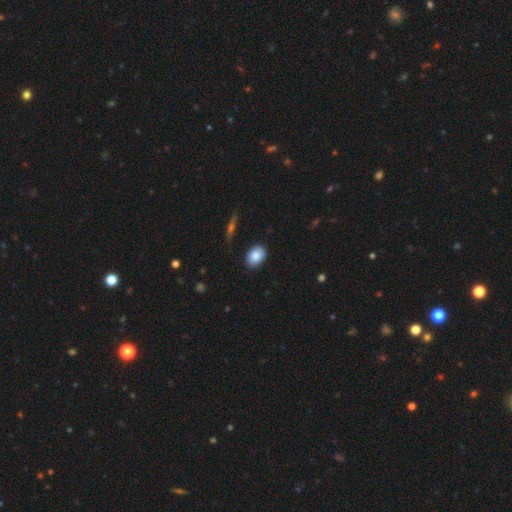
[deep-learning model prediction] Smooth or featured? Predicted: smooth (p=0.85). How rounded? Predicted: in between (p=0.80). Merging? Predicted: none (p=0.86).